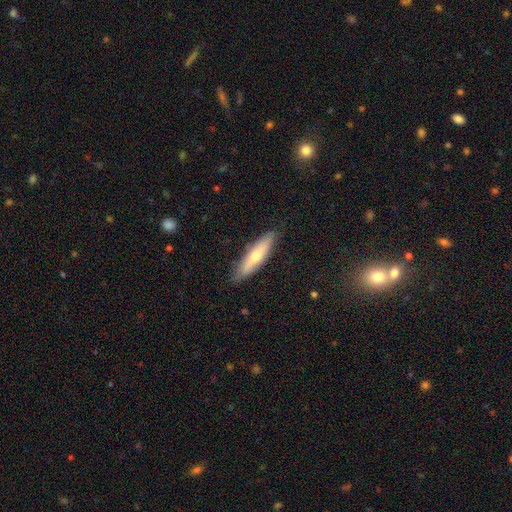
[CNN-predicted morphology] smooth-or-featured: smooth: 60% | featured or disk: 34% | star or artifact: 6%
  how-rounded: cigar-shaped: 72% | in between: 26% | round: 2%
  merging: none: 85% | minor disturbance: 12% | major disturbance: 2% | merger: 1%